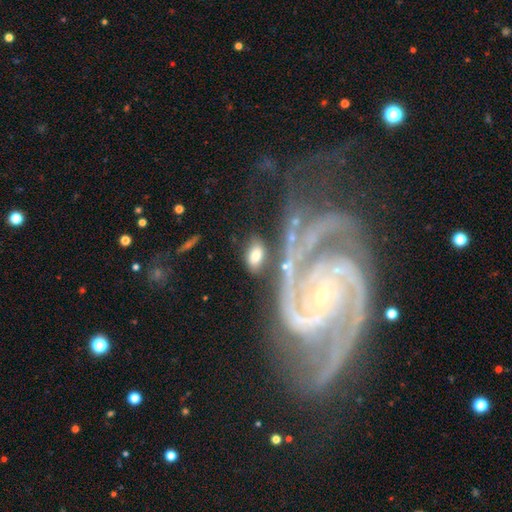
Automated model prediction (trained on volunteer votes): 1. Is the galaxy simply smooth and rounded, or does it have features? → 70% smooth, 23% featured or disk, 7% star or artifact.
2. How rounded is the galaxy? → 89% in between, 7% round, 3% cigar-shaped.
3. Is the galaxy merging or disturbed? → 69% none, 17% minor disturbance, 7% major disturbance, 7% merger.